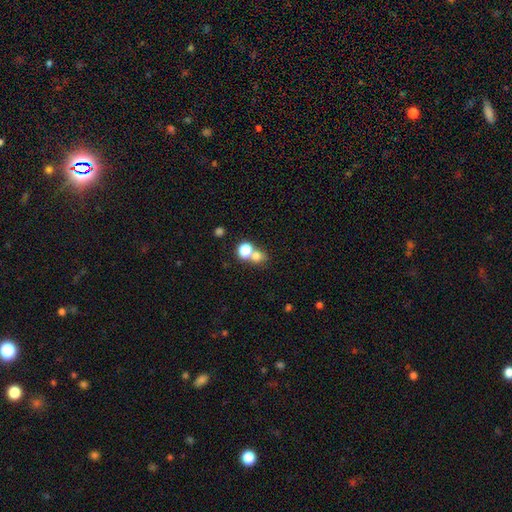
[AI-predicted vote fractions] Q: Smooth or featured?
A: smooth (74%); runner-up: star or artifact (16%)
Q: How rounded?
A: round (73%); runner-up: in between (26%)
Q: Merging?
A: merger (48%); runner-up: none (42%)